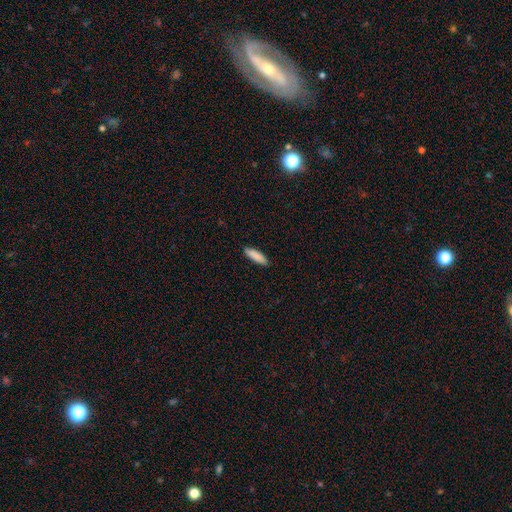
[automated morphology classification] smooth 88%, featured or disk 6%, star or artifact 6%. Down the decision tree: how rounded — cigar-shaped (61%); merging — none (88%).